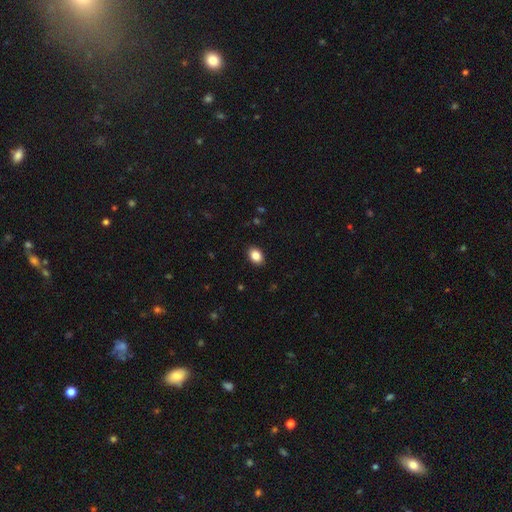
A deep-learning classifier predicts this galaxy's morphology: A smooth galaxy with no disk features (86%) that is in between round and cigar-shaped (77%).

Vote fractions:
- Smooth or featured? smooth: 86% / star or artifact: 9% / featured or disk: 5%
- How rounded? in between: 77% / round: 22% / cigar-shaped: 1%
- Merging? none: 90% / minor disturbance: 8% / major disturbance: 2% / merger: 1%